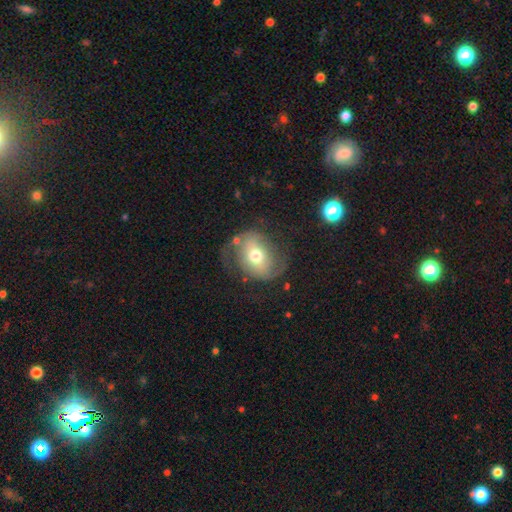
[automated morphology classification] Smooth or featured? featured or disk (66%)
Edge-on disk? no (96%)
Bar? no (37%)
Spiral arms? yes (76%)
Bulge size? moderate (70%)
Merging? none (63%)